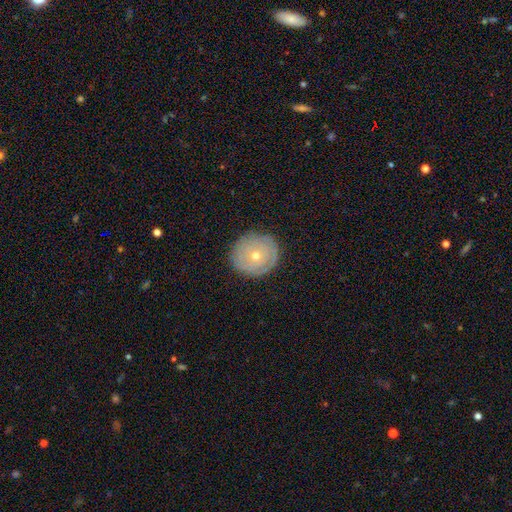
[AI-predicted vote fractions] Smooth or featured? featured or disk (50%)
Edge-on disk? no (96%)
Merging? none (86%)